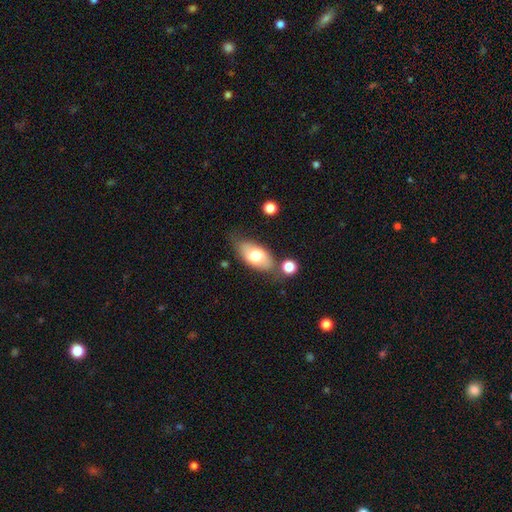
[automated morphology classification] Smooth or featured?
  - smooth: 72% *
  - featured or disk: 21%
  - star or artifact: 7%
How rounded?
  - in between: 90% *
  - cigar-shaped: 6%
  - round: 4%
Merging?
  - none: 66% *
  - minor disturbance: 20%
  - merger: 9%
  - major disturbance: 6%